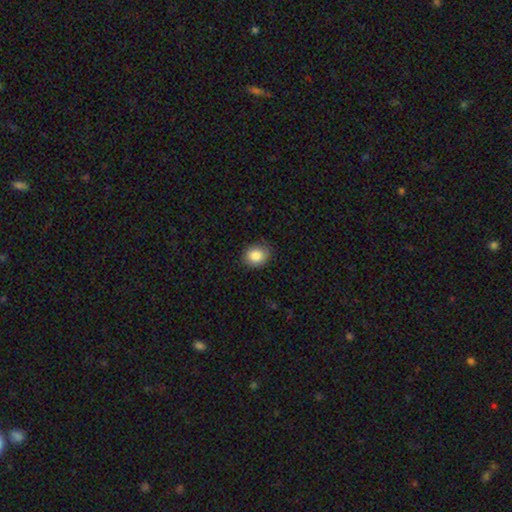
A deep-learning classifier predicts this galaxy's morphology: A smooth galaxy with no disk features (86%) that is round (65%).

Vote fractions:
- Smooth or featured? smooth: 86% / star or artifact: 9% / featured or disk: 6%
- How rounded? round: 65% / in between: 34% / cigar-shaped: 1%
- Merging? none: 82% / minor disturbance: 14% / major disturbance: 3% / merger: 1%